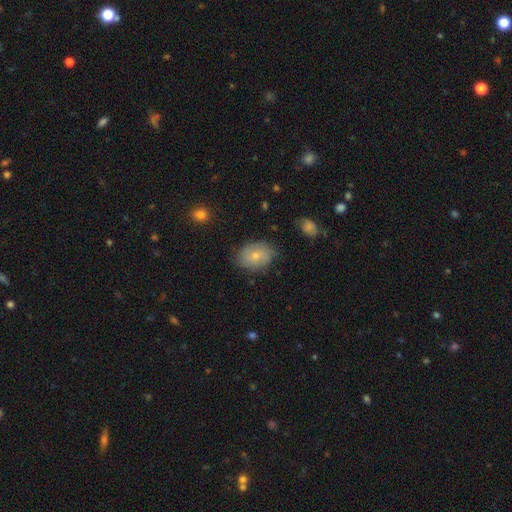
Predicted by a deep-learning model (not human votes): Smooth or featured: smooth — 65% (featured or disk — 27%)
How rounded: in between — 72% (round — 27%)
Merging: none — 75% (minor disturbance — 19%)